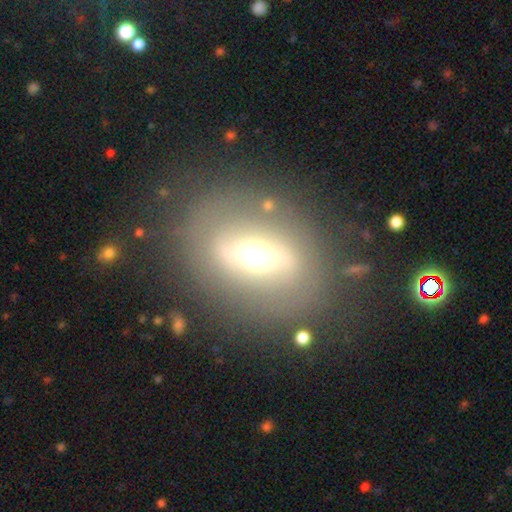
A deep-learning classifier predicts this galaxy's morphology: A featured or disk galaxy (56%).

Vote fractions:
- Smooth or featured? featured or disk: 56% / smooth: 34% / star or artifact: 10%
- Edge-on disk? no: 83% / yes: 17%
- Merging? none: 78% / minor disturbance: 12% / major disturbance: 7% / merger: 2%